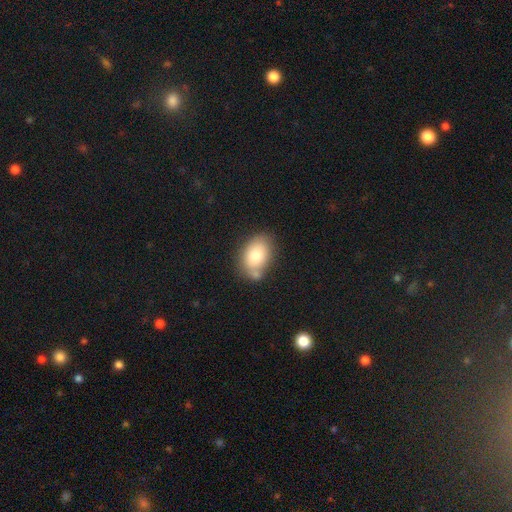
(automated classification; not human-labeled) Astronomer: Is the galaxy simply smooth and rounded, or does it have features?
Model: smooth — 82%.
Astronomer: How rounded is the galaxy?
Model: in between — 86%.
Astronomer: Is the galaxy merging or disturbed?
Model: none — 59%.